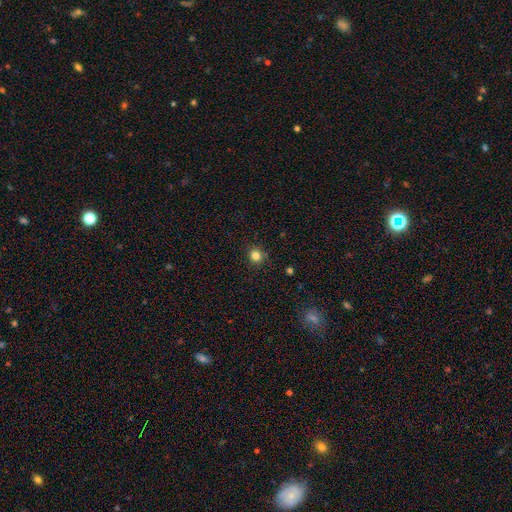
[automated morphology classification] Smooth or featured: smooth — 82% (star or artifact — 13%)
How rounded: round — 86% (in between — 13%)
Merging: none — 87% (minor disturbance — 9%)